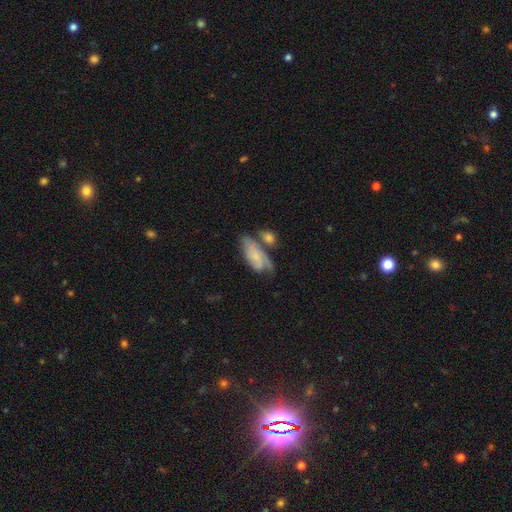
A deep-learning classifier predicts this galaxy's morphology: This is possibly a smooth galaxy (51%). How rounded: clearly in between (84%). Merging: marginally none (35%).